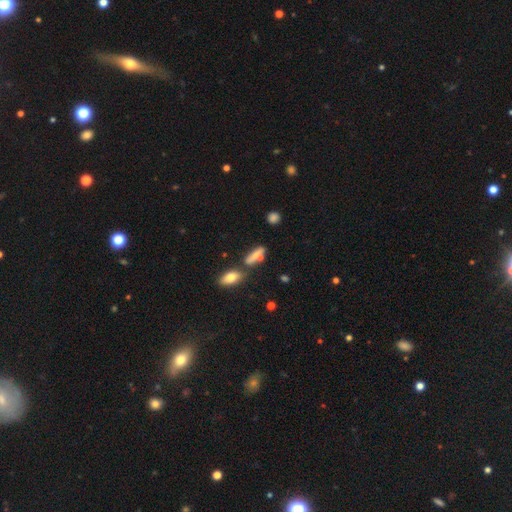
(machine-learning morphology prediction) Smooth or featured? smooth (69%)
How rounded? in between (48%)
Merging? none (55%)